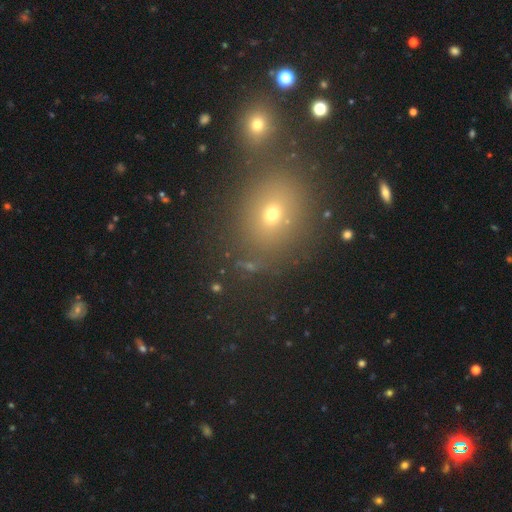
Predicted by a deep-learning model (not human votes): Smooth or featured?
  - smooth: 52% *
  - star or artifact: 36%
  - featured or disk: 12%
How rounded?
  - round: 66% *
  - in between: 32%
  - cigar-shaped: 2%
Merging?
  - none: 74% *
  - merger: 12%
  - minor disturbance: 9%
  - major disturbance: 4%